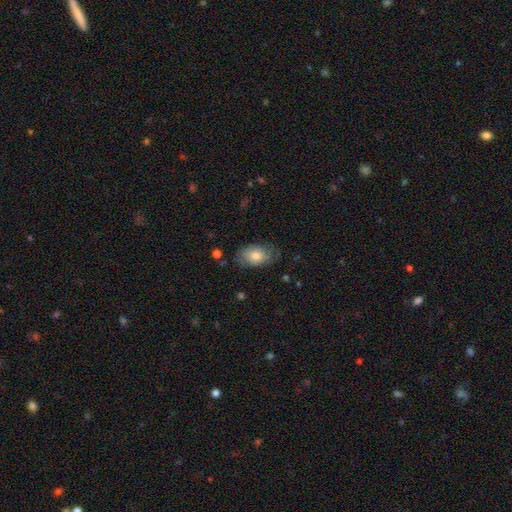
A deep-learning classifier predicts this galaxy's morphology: Q: Smooth or featured?
A: smooth (70%); runner-up: featured or disk (23%)
Q: How rounded?
A: in between (90%); runner-up: round (8%)
Q: Merging?
A: none (70%); runner-up: minor disturbance (22%)